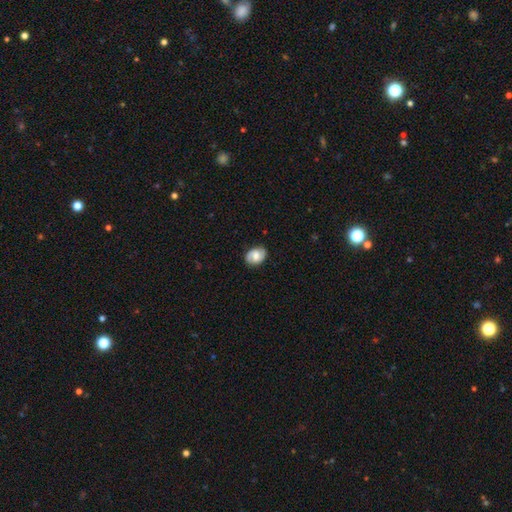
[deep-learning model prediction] Smooth or featured? Predicted: featured or disk (p=0.50). Merging? Predicted: none (p=0.84).